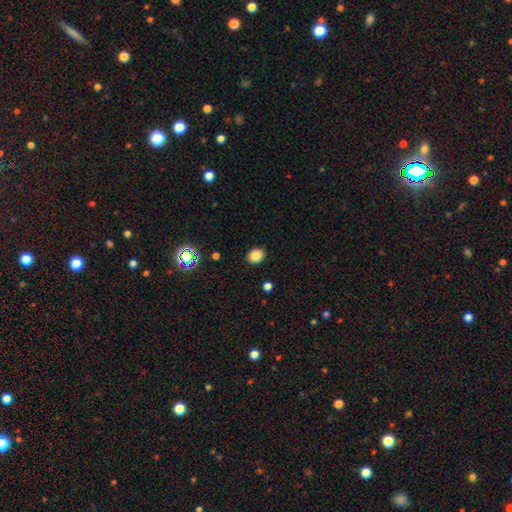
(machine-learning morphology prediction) Smooth or featured: smooth — 84% (star or artifact — 12%)
How rounded: round — 64% (in between — 35%)
Merging: none — 90% (minor disturbance — 7%)